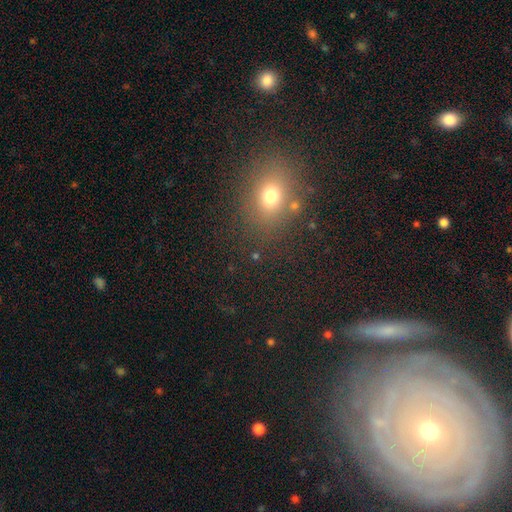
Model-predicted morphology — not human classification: This appears to be a smooth galaxy with no disk features (57%) that is round (56%). Merging: none (80%).